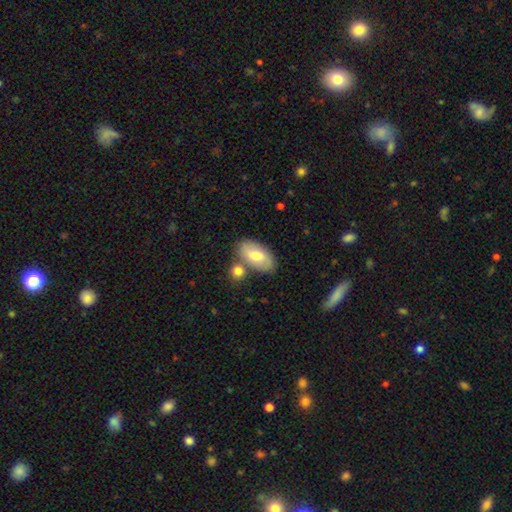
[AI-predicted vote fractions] smooth_or_featured: smooth (p=0.66) [alt: featured or disk p=0.27]
how_rounded: in between (p=0.93) [alt: round p=0.05]
merging: none (p=0.68) [alt: merger p=0.15]